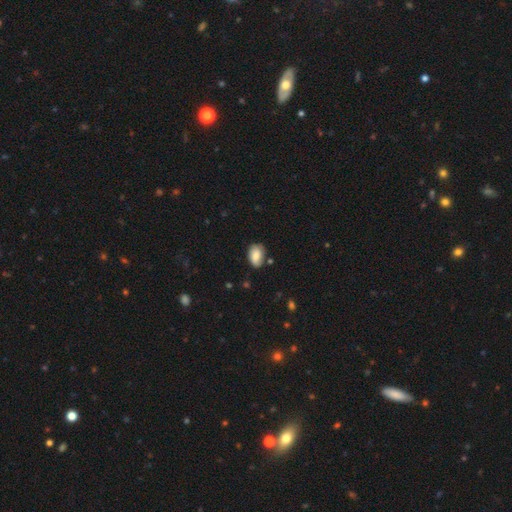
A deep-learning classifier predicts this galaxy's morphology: Smooth or featured? Predicted: smooth (p=0.76). How rounded? Predicted: in between (p=0.84). Merging? Predicted: none (p=0.60).